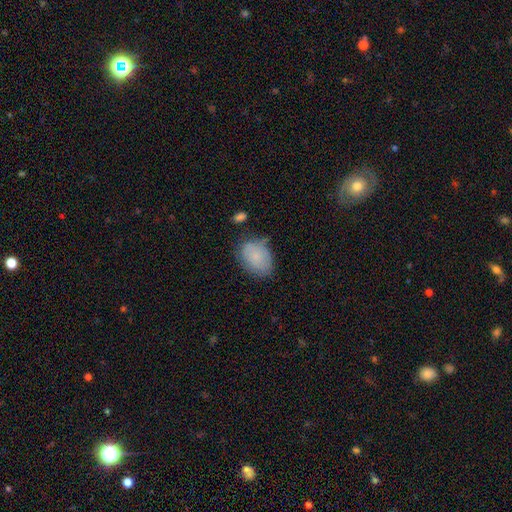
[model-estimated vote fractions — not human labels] smooth-or-featured: smooth: 79% | featured or disk: 14% | star or artifact: 7%
  how-rounded: in between: 77% | round: 22% | cigar-shaped: 1%
  merging: none: 62% | minor disturbance: 26% | major disturbance: 7% | merger: 4%